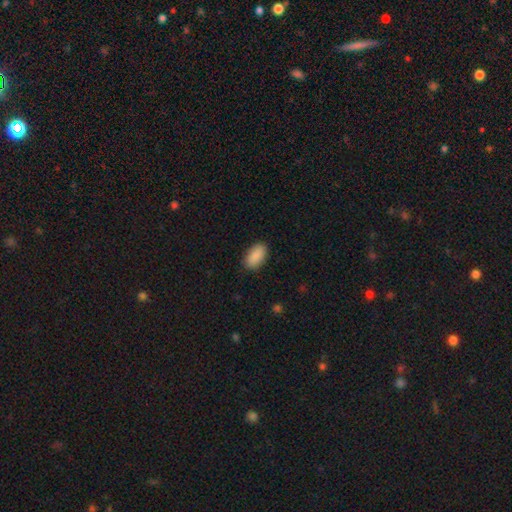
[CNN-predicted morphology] smooth_or_featured: smooth (p=0.90) [alt: star or artifact p=0.06]
how_rounded: in between (p=0.94) [alt: round p=0.03]
merging: none (p=0.88) [alt: minor disturbance p=0.09]